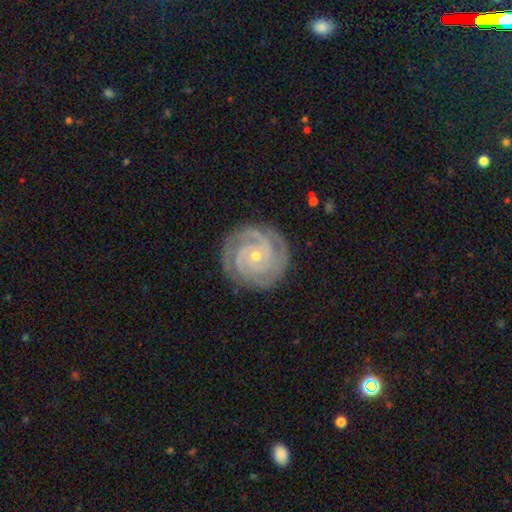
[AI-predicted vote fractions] The model was most divided on "spiral arm count": 3: 39%, 2: 32%, 4: 10%, can't tell: 10%, more than 4: 5%, 1: 5%. More confident: spiral arms — yes (98%); edge-on disk — no (98%); smooth or featured — featured or disk (91%); merging — none (84%); spiral winding — tight (83%); bar — no (72%); bulge size — small (72%).